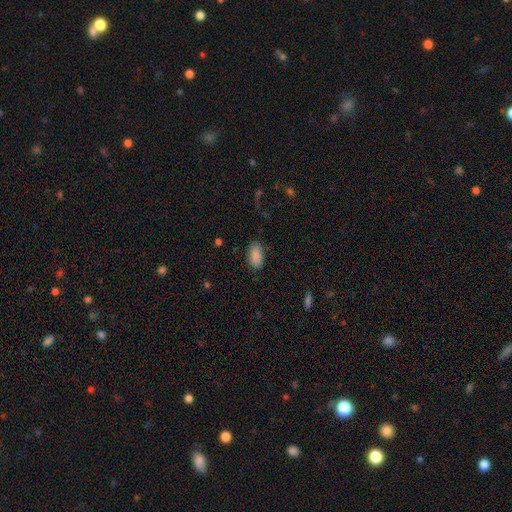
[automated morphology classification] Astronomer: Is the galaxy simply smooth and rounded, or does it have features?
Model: smooth — 88%.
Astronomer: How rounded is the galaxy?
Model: in between — 94%.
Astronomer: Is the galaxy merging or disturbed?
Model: none — 85%.